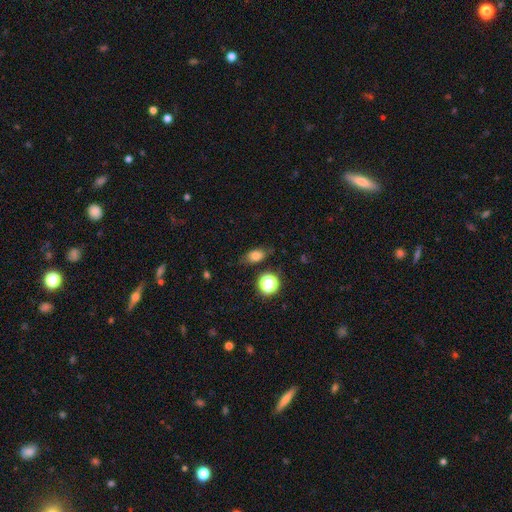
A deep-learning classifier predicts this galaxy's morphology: smooth 74%, star or artifact 15%, featured or disk 11%. Down the decision tree: how rounded — in between (75%); merging — none (75%).